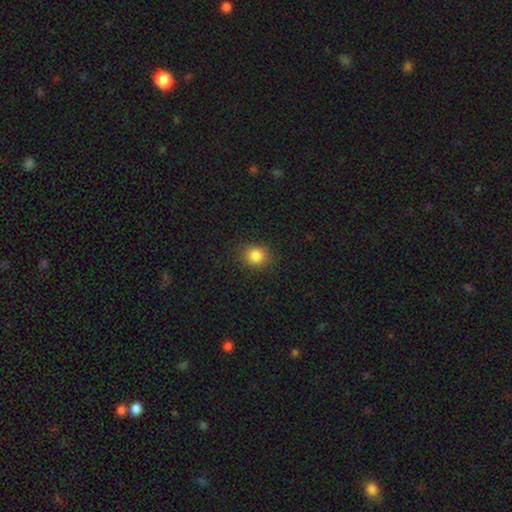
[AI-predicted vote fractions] smooth 85%, star or artifact 11%, featured or disk 4%. Down the decision tree: how rounded — round (75%); merging — none (88%).